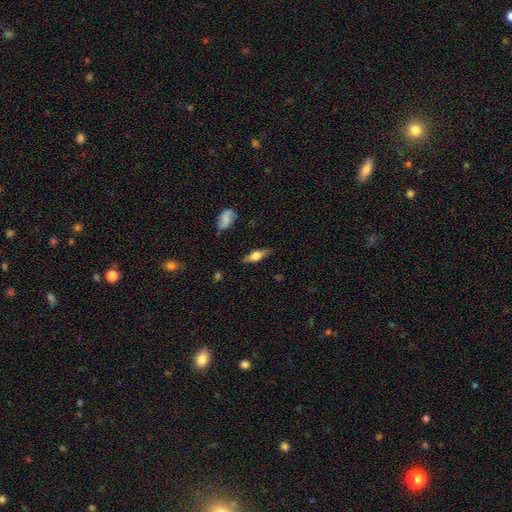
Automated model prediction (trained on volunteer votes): Overall: featured or disk (49%; smooth 44%). Merging: none (82%).